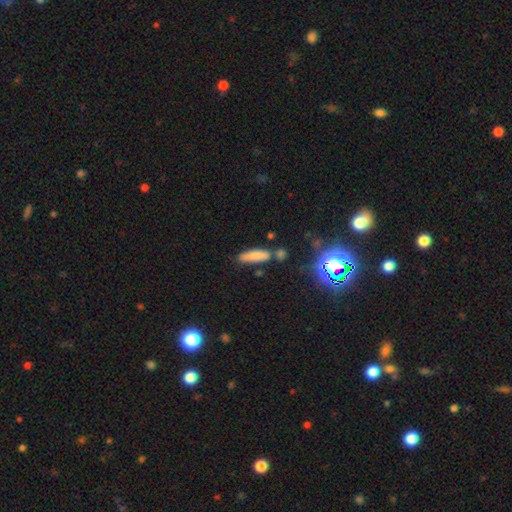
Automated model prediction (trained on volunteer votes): This is likely a smooth galaxy (78%). How rounded: possibly cigar-shaped (59%). Merging: likely none (68%).